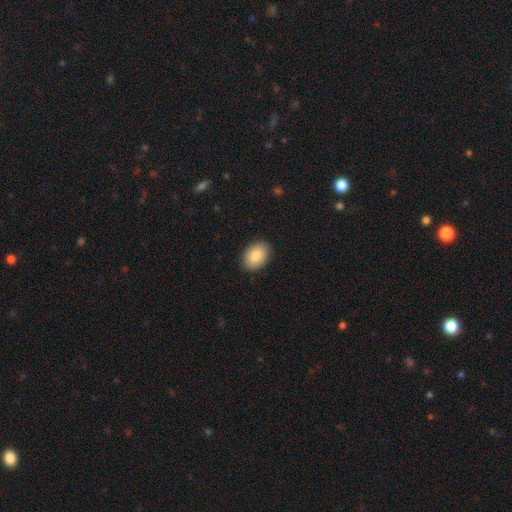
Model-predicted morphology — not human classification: smooth 84%, featured or disk 9%, star or artifact 7%. Down the decision tree: how rounded — in between (81%); merging — none (87%).